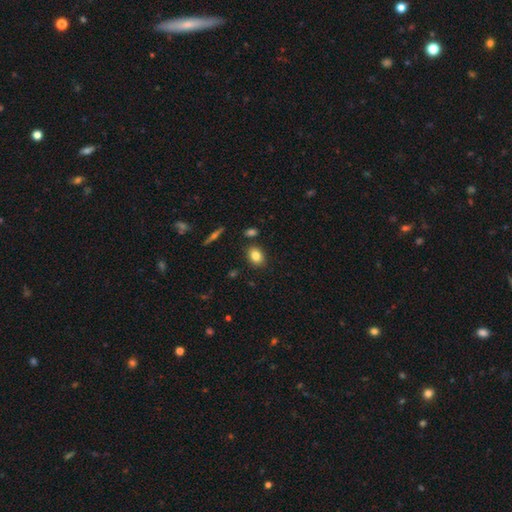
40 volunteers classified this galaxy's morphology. Smooth or featured?
  - smooth: 85% *
  - featured or disk: 15%
  - star or artifact: 0%
How rounded?
  - in between: 71% *
  - round: 29%
  - cigar-shaped: 0%
Merging?
  - none: 88% *
  - minor disturbance: 10%
  - merger: 2%
  - major disturbance: 0%